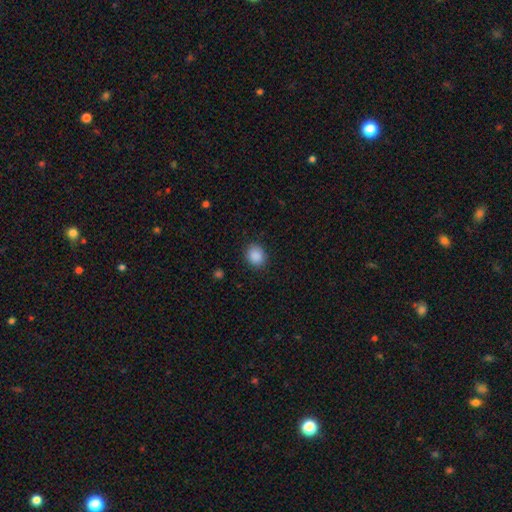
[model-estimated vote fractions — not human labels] This is clearly a smooth galaxy (89%). How rounded: likely round (66%). Merging: clearly none (88%).